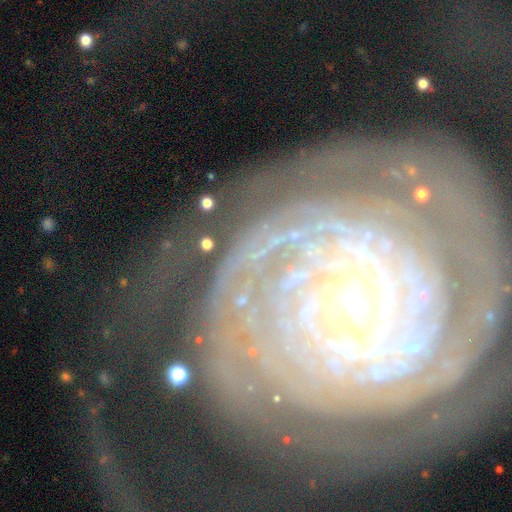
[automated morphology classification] Smooth or featured?
  - featured or disk: 63% *
  - star or artifact: 24%
  - smooth: 13%
Edge-on disk?
  - no: 92% *
  - yes: 8%
Bar?
  - no: 52% *
  - weak: 25%
  - strong: 23%
Spiral arms?
  - yes: 83% *
  - no: 17%
Bulge size?
  - small: 46% *
  - moderate: 32%
  - none: 11%
  - large: 7%
  - dominant: 4%
Merging?
  - none: 63% *
  - minor disturbance: 16%
  - major disturbance: 13%
  - merger: 7%